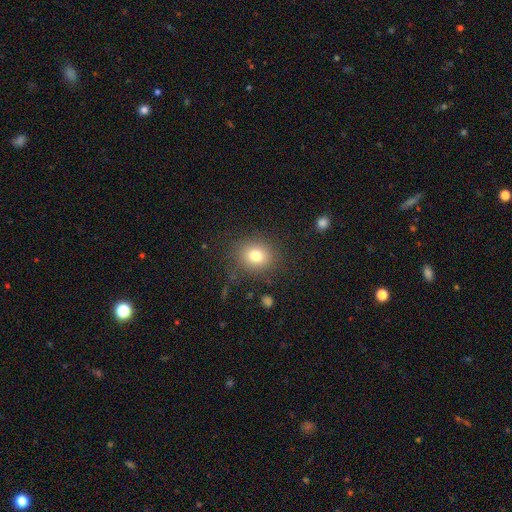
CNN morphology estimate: smooth 77%, star or artifact 13%, featured or disk 10%. Down the decision tree: how rounded — round (77%); merging — none (84%).